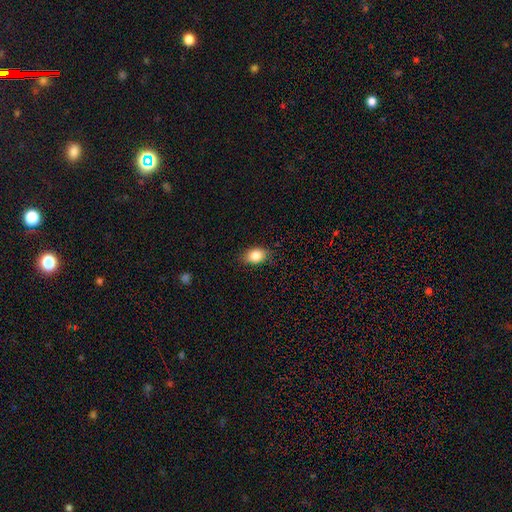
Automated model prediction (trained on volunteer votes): smooth 86%, star or artifact 8%, featured or disk 6%. Down the decision tree: how rounded — in between (77%); merging — none (82%).